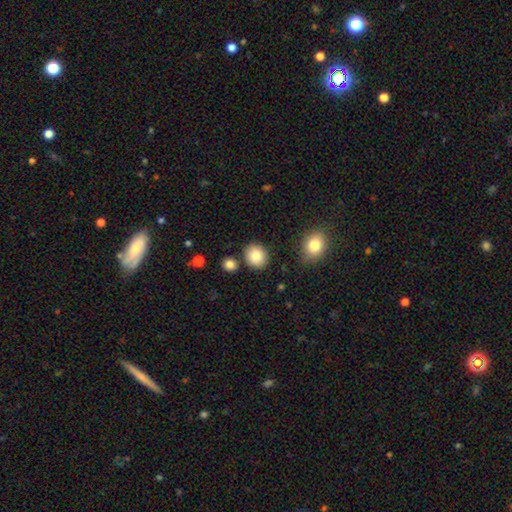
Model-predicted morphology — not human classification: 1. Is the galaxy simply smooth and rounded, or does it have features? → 86% smooth, 8% star or artifact, 6% featured or disk.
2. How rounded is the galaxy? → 71% round, 28% in between, 1% cigar-shaped.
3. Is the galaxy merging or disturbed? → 84% none, 8% minor disturbance, 5% merger, 2% major disturbance.